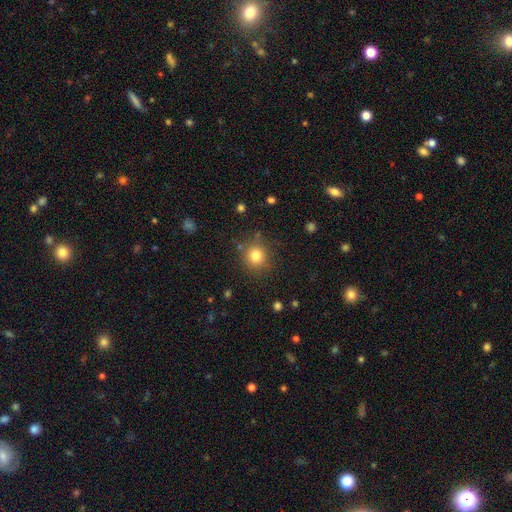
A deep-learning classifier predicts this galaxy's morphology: smooth 80%, star or artifact 13%, featured or disk 7%. Down the decision tree: how rounded — round (90%); merging — none (83%).